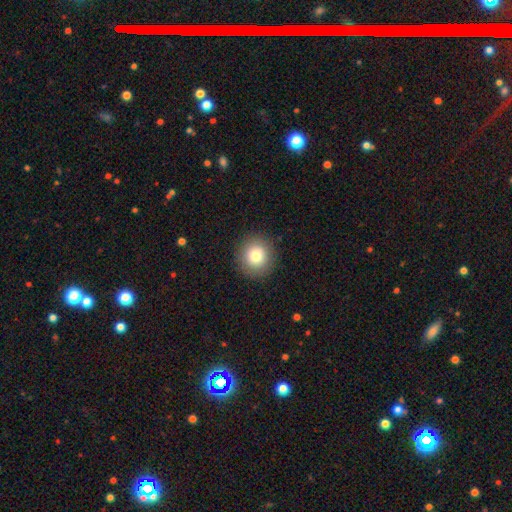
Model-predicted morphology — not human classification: type=smooth (79%); roundness=round (91%); merging=none (90%).